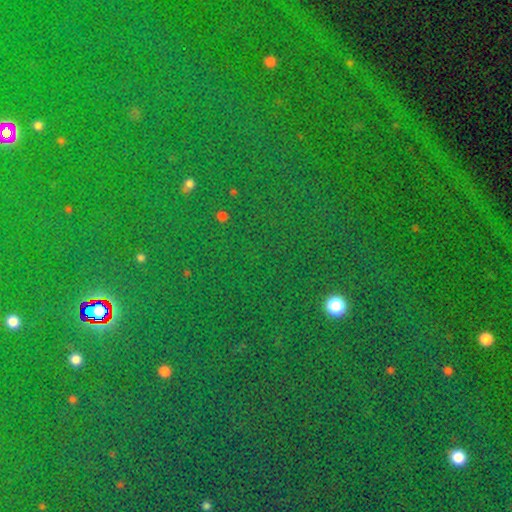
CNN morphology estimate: This is clearly a star or artifact rather than a galaxy (81%).